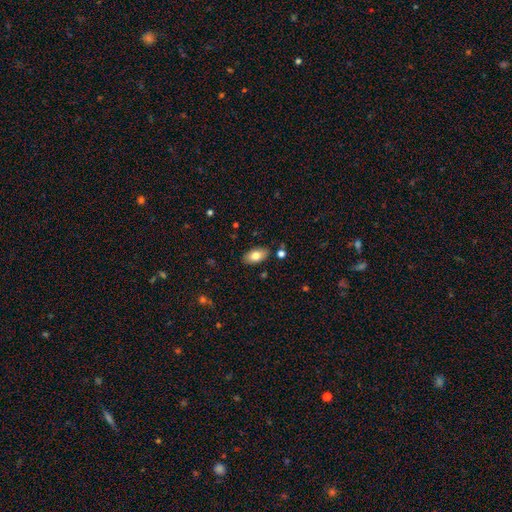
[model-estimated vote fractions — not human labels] A smooth galaxy with no disk features (79%) that is in between round and cigar-shaped (93%).

Vote fractions:
- Smooth or featured? smooth: 79% / featured or disk: 14% / star or artifact: 7%
- How rounded? in between: 93% / round: 4% / cigar-shaped: 3%
- Merging? none: 85% / minor disturbance: 10% / merger: 2% / major disturbance: 2%